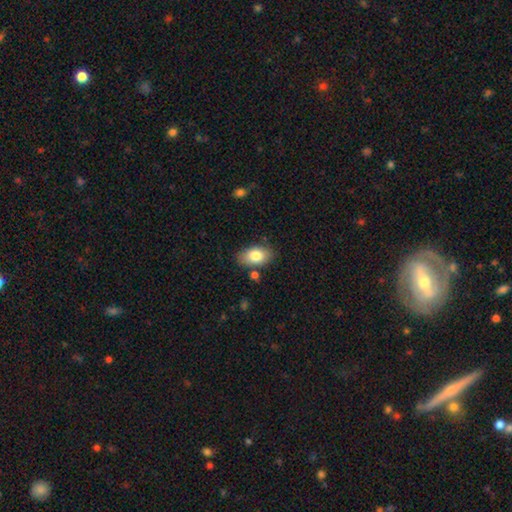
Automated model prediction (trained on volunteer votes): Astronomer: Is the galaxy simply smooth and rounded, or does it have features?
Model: smooth — 80%.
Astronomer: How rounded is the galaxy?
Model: in between — 91%.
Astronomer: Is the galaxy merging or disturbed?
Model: none — 79%.